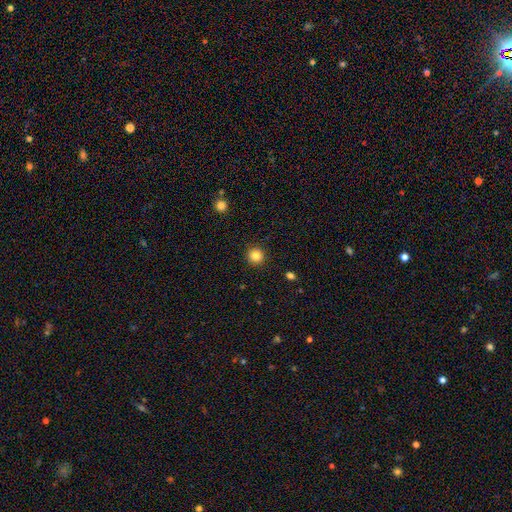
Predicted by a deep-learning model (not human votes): This is clearly a smooth galaxy (84%). How rounded: clearly round (94%). Merging: clearly none (92%).